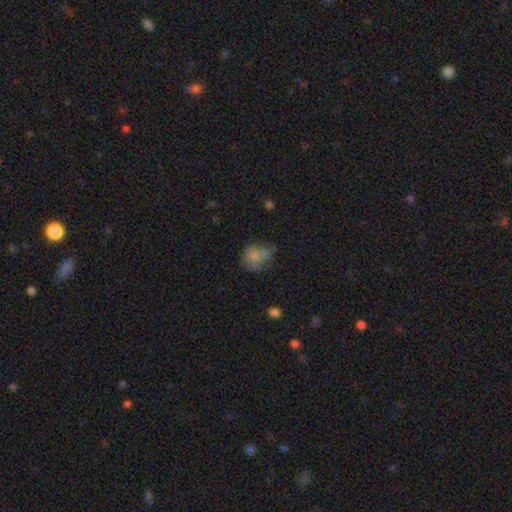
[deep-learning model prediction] Q: Smooth or featured?
A: smooth (71%); runner-up: featured or disk (19%)
Q: How rounded?
A: round (69%); runner-up: in between (30%)
Q: Merging?
A: none (44%); runner-up: minor disturbance (25%)